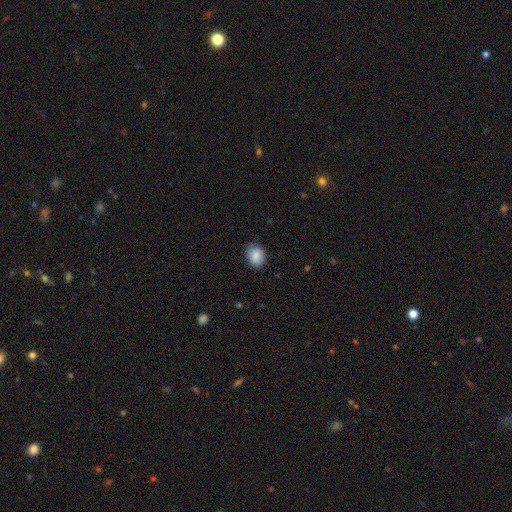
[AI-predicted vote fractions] This appears to be a smooth galaxy with no disk features (87%) that is in between round and cigar-shaped (65%). Merging: none (83%).